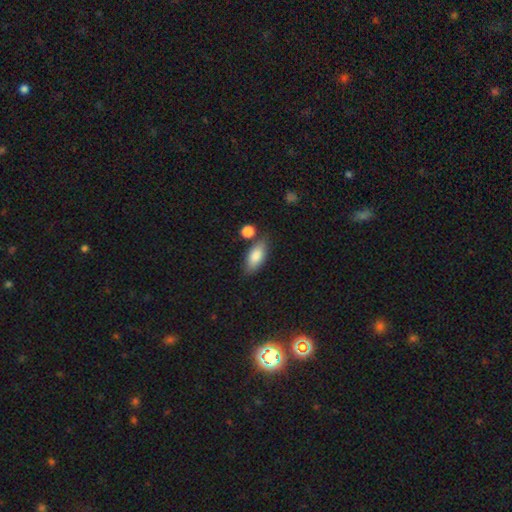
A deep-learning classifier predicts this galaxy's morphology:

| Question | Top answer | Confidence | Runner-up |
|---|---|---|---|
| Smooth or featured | smooth | 83% | featured or disk (11%) |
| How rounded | in between | 84% | cigar-shaped (12%) |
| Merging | none | 71% | minor disturbance (15%) |